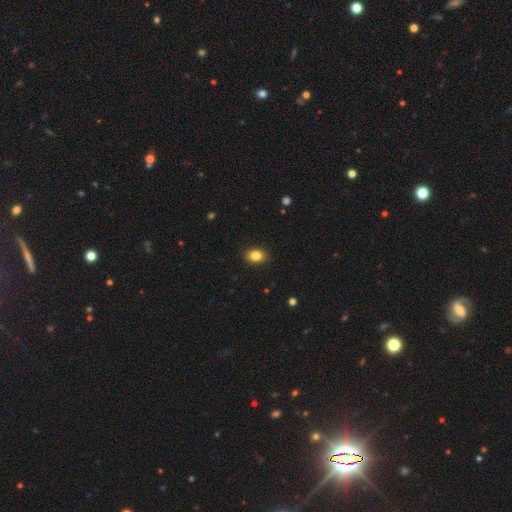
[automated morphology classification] Overall: smooth (85%). How rounded: in between (75%). Merging: none (88%).